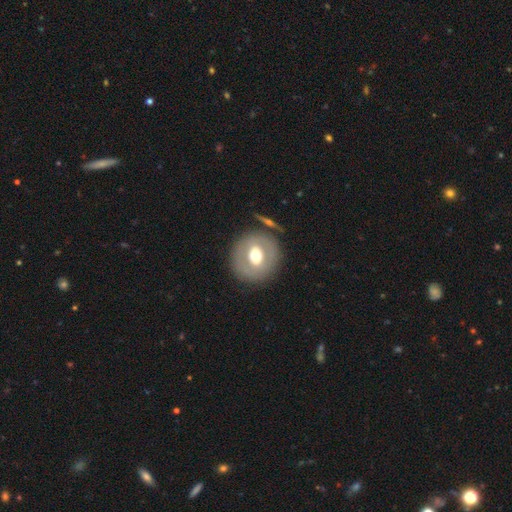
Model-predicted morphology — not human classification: A smooth galaxy with no disk features (51%) that is round (85%).

Vote fractions:
- Smooth or featured? smooth: 51% / featured or disk: 42% / star or artifact: 7%
- How rounded? round: 85% / in between: 14% / cigar-shaped: 1%
- Merging? none: 82% / minor disturbance: 9% / major disturbance: 5% / merger: 4%